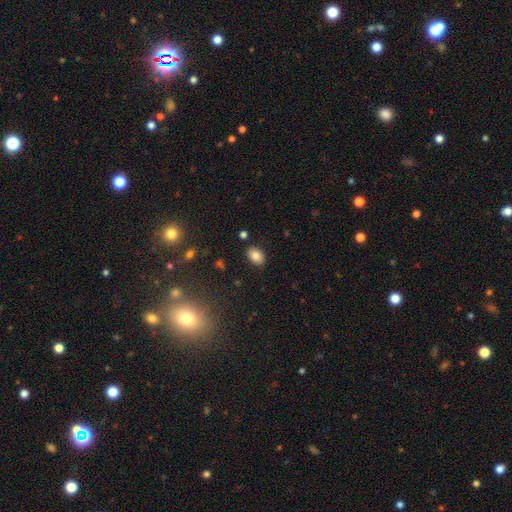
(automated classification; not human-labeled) Smooth or featured: smooth — 82% (star or artifact — 10%)
How rounded: in between — 82% (round — 17%)
Merging: none — 87% (minor disturbance — 9%)